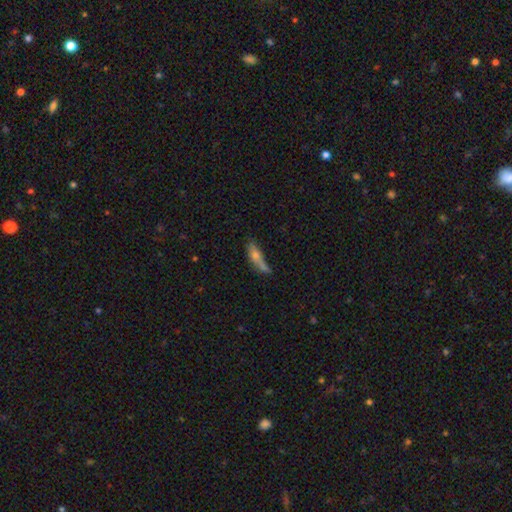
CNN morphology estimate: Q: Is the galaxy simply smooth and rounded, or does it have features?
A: smooth — 56%.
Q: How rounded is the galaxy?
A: cigar-shaped — 64%.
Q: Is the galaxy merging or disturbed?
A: none — 44%.